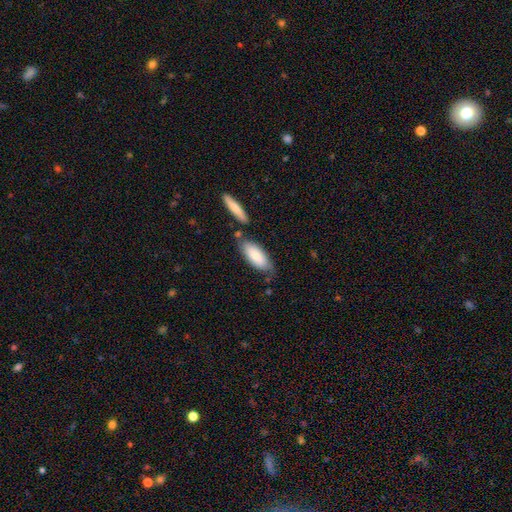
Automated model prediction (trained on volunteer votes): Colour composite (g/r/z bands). It shows a smooth galaxy with no disk features (81%) that is in between round and cigar-shaped (79%). Merging: none (60%).